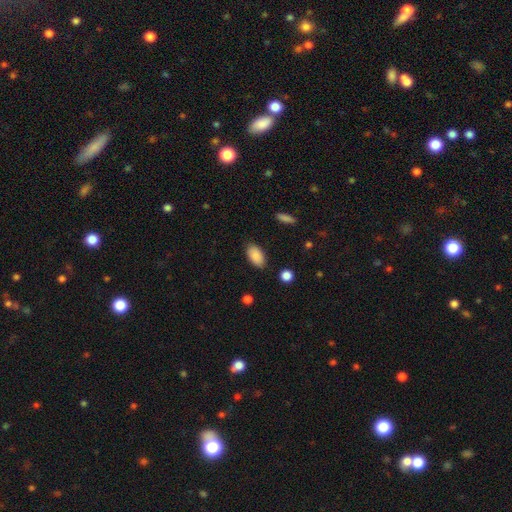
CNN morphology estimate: Q: Smooth or featured?
A: smooth (89%); runner-up: star or artifact (7%)
Q: How rounded?
A: in between (94%); runner-up: round (4%)
Q: Merging?
A: none (85%); runner-up: minor disturbance (11%)